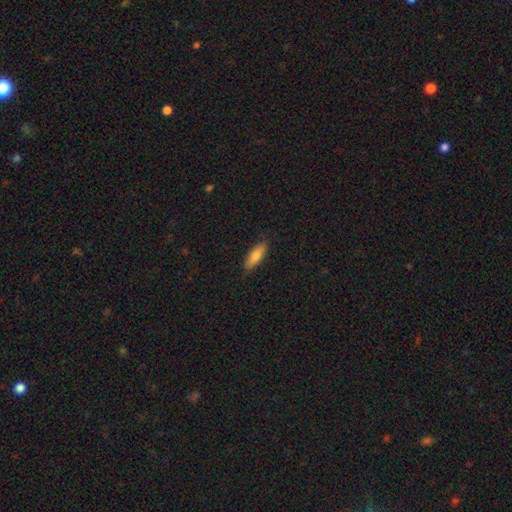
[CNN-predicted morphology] Smooth or featured? Predicted: smooth (p=0.78). How rounded? Predicted: in between (p=0.50). Merging? Predicted: none (p=0.85).